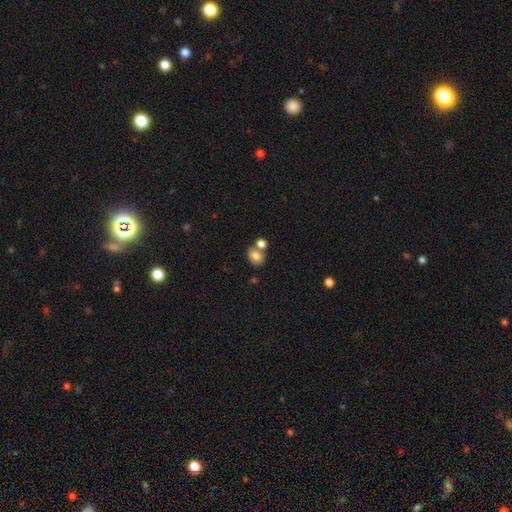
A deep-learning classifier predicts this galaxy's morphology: This is likely a smooth galaxy (79%). How rounded: possibly in between (50%). Merging: possibly none (52%).